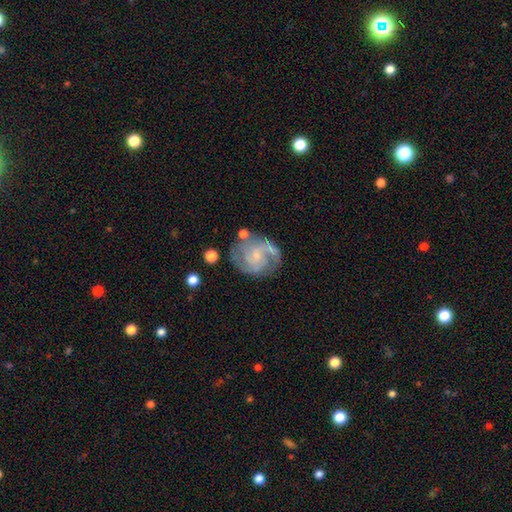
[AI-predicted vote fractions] This is likely a featured or disk galaxy (76%). It is clearly not viewed edge-on (98%). Bar: likely no (62%). Spiral arm pattern: clearly yes (90%). Spiral arm count: marginally 2 (40%). Spiral winding: marginally medium (44%). Central bulge: likely small (69%). Merging: likely none (61%).